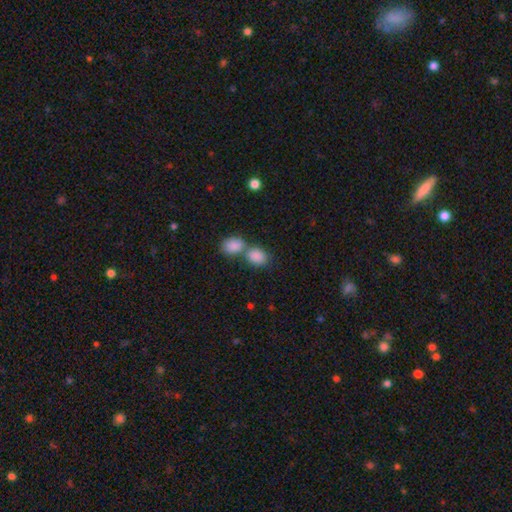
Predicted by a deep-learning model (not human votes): smooth-or-featured: smooth: 86% | star or artifact: 8% | featured or disk: 6%
  how-rounded: in between: 67% | round: 31% | cigar-shaped: 2%
  merging: merger: 55% | none: 34% | minor disturbance: 8% | major disturbance: 3%